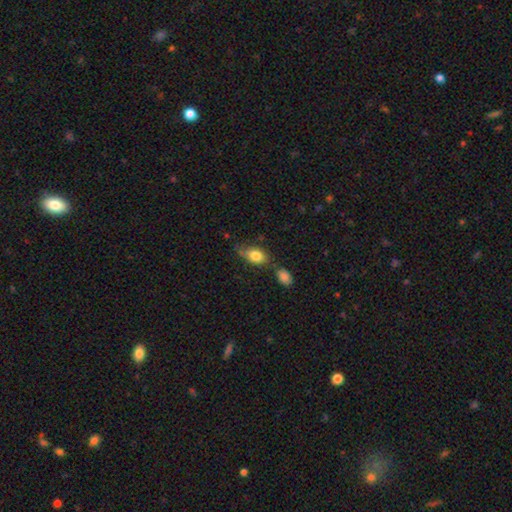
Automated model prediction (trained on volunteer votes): This is clearly a smooth galaxy (81%). How rounded: clearly in between (84%). Merging: possibly none (54%).